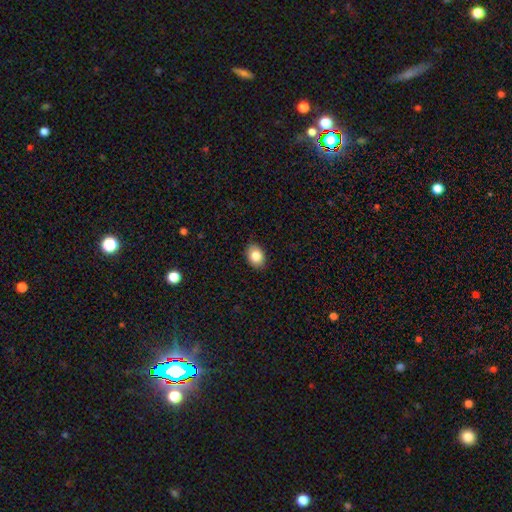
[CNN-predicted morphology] Smooth or featured? Predicted: smooth (p=0.84). How rounded? Predicted: in between (p=0.70). Merging? Predicted: none (p=0.88).